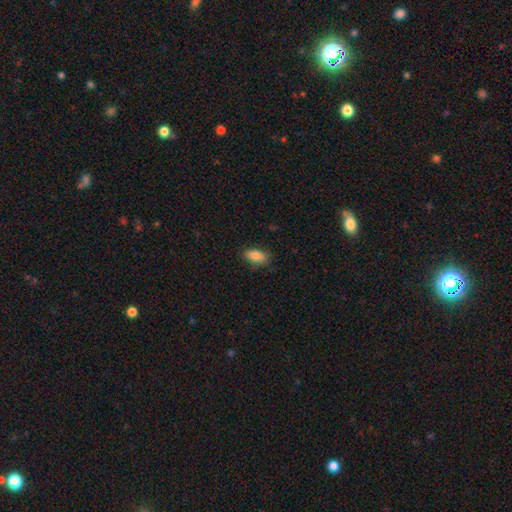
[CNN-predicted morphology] Smooth or featured? Predicted: smooth (p=0.83). How rounded? Predicted: in between (p=0.88). Merging? Predicted: none (p=0.83).